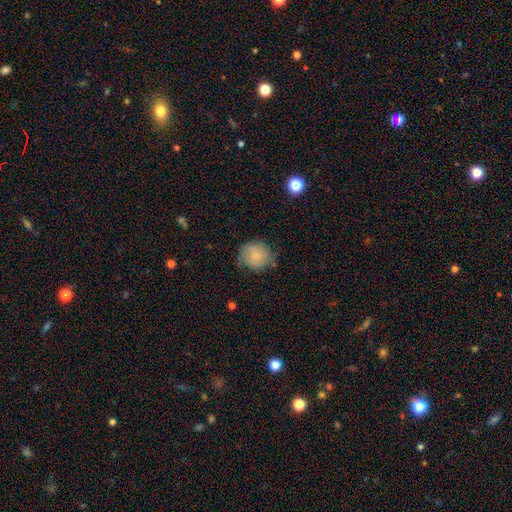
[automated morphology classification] A smooth galaxy with no disk features (75%) that is round (84%). Merging: none (64%).